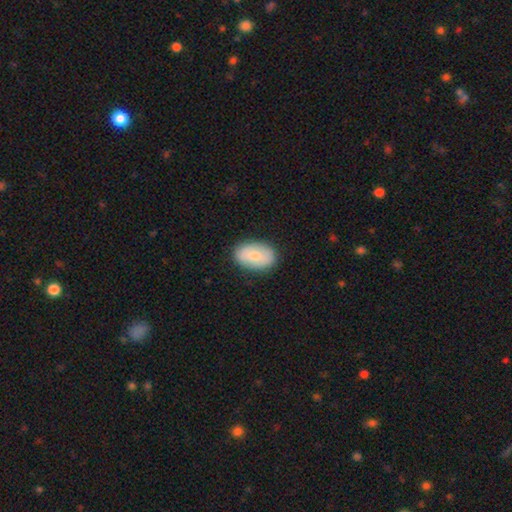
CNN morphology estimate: The model was most divided on "smooth or featured": smooth: 75%, featured or disk: 19%, star or artifact: 6%. More confident: how rounded — in between (89%); merging — none (85%).